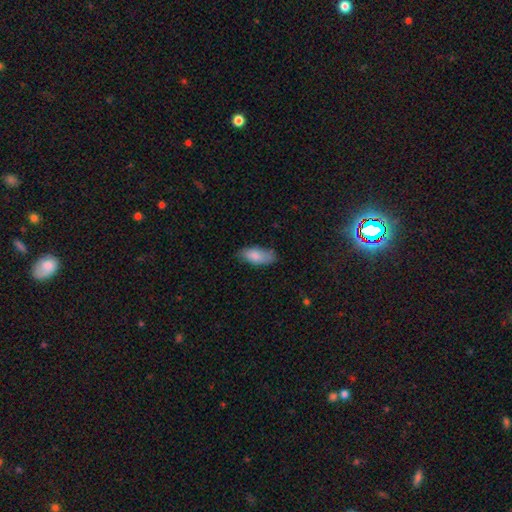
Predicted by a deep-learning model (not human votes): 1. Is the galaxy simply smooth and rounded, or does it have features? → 84% smooth, 10% featured or disk, 6% star or artifact.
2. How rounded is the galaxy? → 86% in between, 12% cigar-shaped, 2% round.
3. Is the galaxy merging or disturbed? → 73% none, 22% minor disturbance, 4% major disturbance, 1% merger.